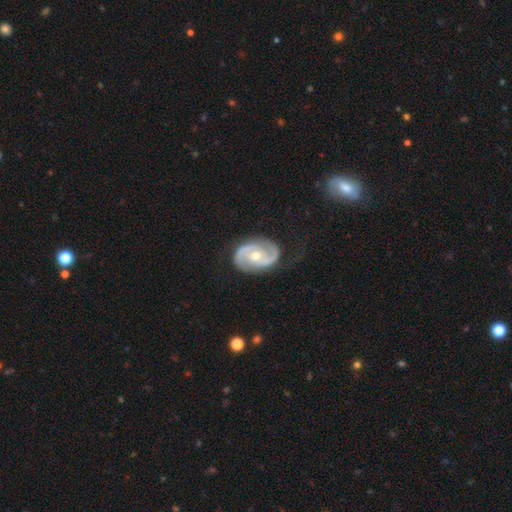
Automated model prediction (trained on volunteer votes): Smooth or featured? Predicted: featured or disk (p=0.89). Edge-on disk? Predicted: no (p=0.97). Bar? Predicted: no (p=0.60). Spiral arms? Predicted: yes (p=0.96). Spiral winding? Predicted: medium (p=0.46). Spiral arm count? Predicted: 2 (p=0.91). Bulge size? Predicted: moderate (p=0.63). Merging? Predicted: none (p=0.76).